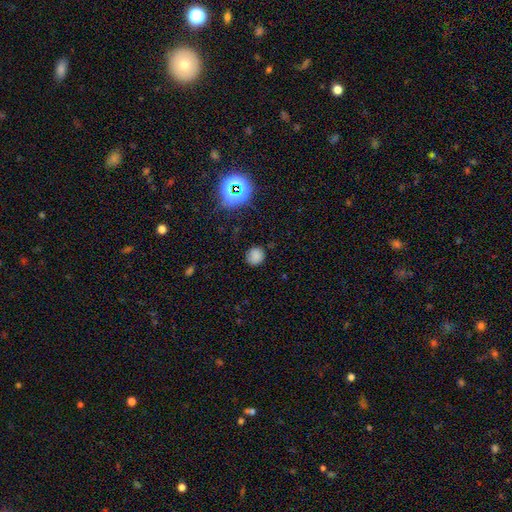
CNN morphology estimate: This is likely a smooth galaxy (77%). How rounded: clearly round (87%). Merging: clearly none (84%).